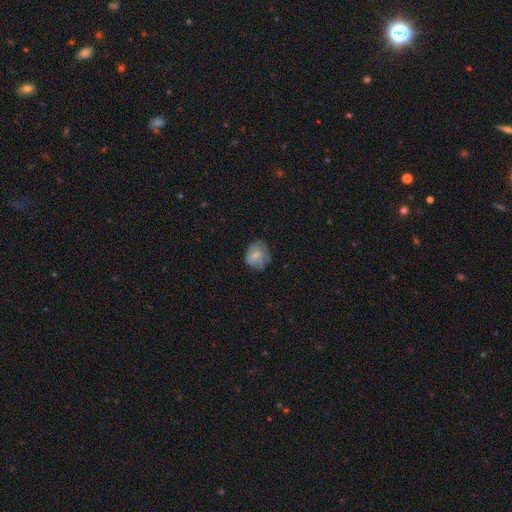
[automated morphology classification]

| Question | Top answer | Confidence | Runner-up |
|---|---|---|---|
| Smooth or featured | smooth | 66% | featured or disk (25%) |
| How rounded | round | 65% | in between (34%) |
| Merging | none | 61% | minor disturbance (27%) |